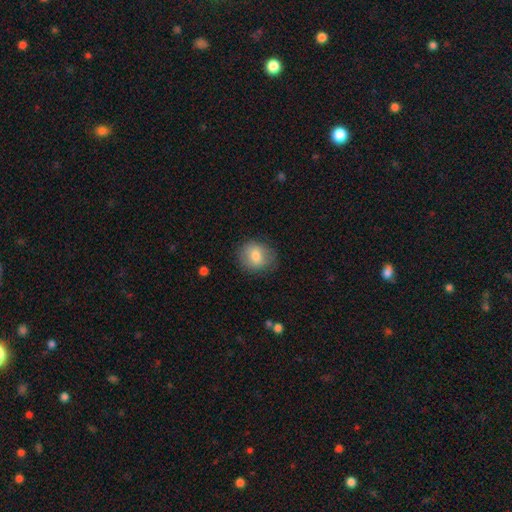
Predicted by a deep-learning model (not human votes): The model was most divided on "how rounded": round: 75%, in between: 24%, cigar-shaped: 1%. More confident: merging — none (79%); smooth or featured — smooth (76%).